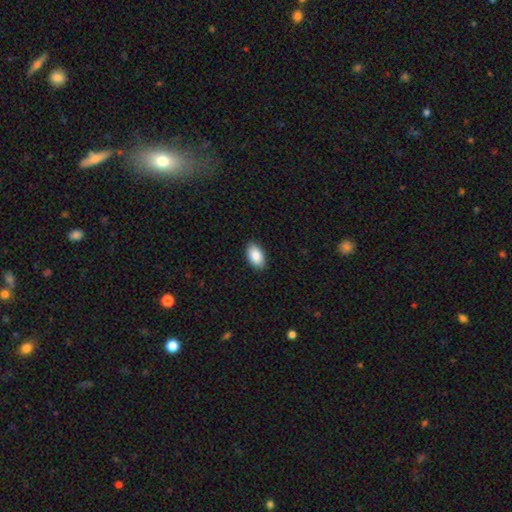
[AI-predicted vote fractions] Smooth or featured? Predicted: smooth (p=0.88). How rounded? Predicted: in between (p=0.95). Merging? Predicted: none (p=0.89).